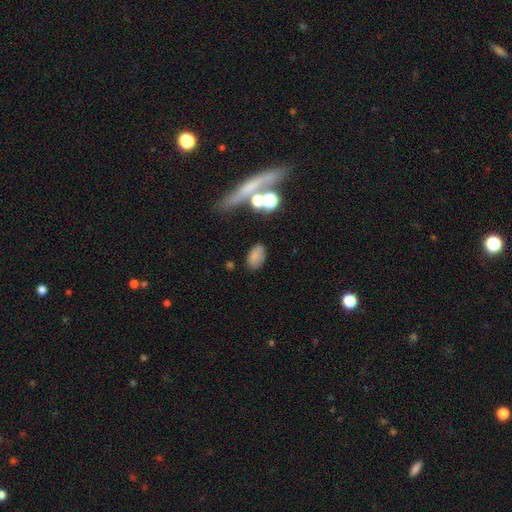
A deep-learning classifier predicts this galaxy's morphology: The model was most divided on "merging": none: 76%, minor disturbance: 14%, major disturbance: 5%, merger: 5%. More confident: how rounded — in between (90%); smooth or featured — smooth (78%).